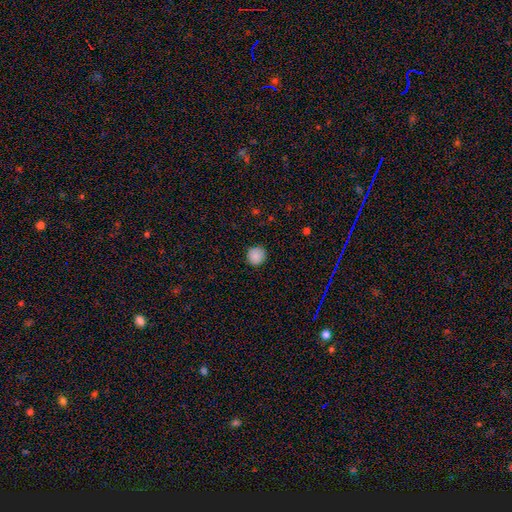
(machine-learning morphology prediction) This appears to be a smooth galaxy with no disk features (88%) that is round (92%). Merging: none (88%).